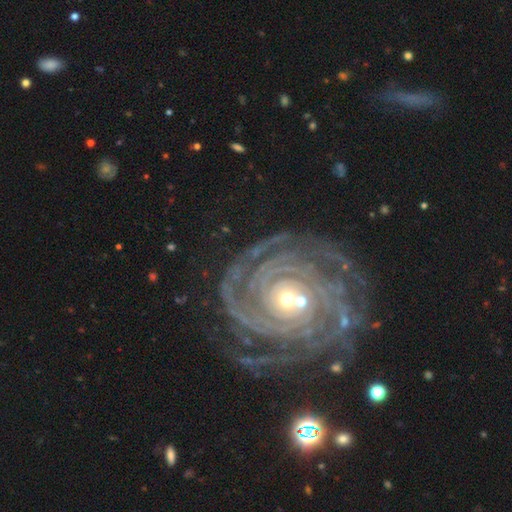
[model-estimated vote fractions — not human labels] smooth_or_featured: featured or disk (p=0.90) [alt: star or artifact p=0.06]
disk_edge_on: no (p=0.97) [alt: yes p=0.03]
bar: no (p=0.49) [alt: weak p=0.31]
has_spiral_arms: yes (p=0.99) [alt: no p=0.01]
spiral_winding: tight (p=0.83) [alt: medium p=0.15]
spiral_arm_count: 4 (p=0.23) [alt: 3 p=0.22]
bulge_size: small (p=0.55) [alt: moderate p=0.41]
merging: none (p=0.77) [alt: minor disturbance p=0.15]